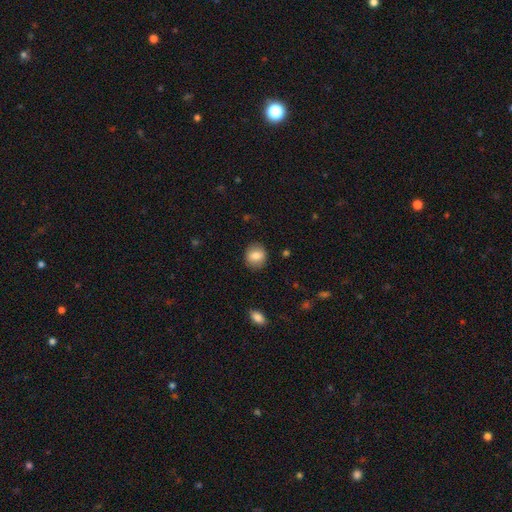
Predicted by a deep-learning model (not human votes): A smooth galaxy with no disk features (81%) that is round (78%). Merging: none (88%).